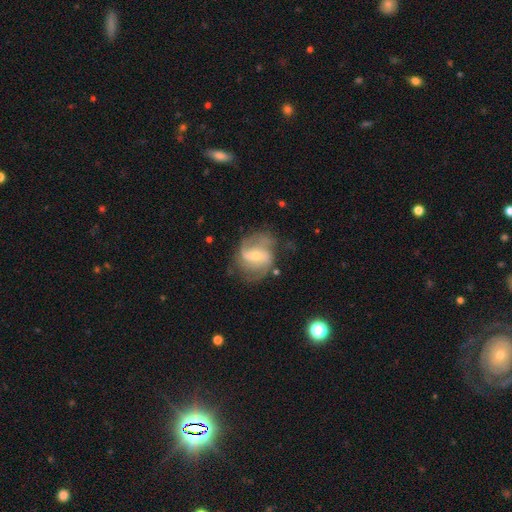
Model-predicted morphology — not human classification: A featured or disk galaxy (81%) with a weak bar (47%), 2 (63%) medium (49%) spiral arms (92%) and a small central bulge (51%). Merging: none (61%).